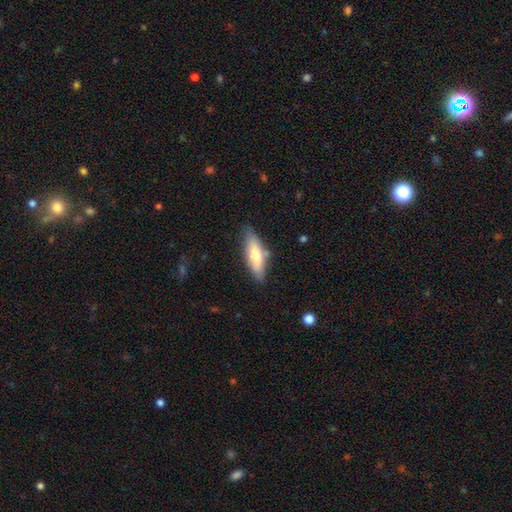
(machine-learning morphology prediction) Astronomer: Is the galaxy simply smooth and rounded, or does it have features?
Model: smooth — 67%.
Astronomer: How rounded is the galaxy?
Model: cigar-shaped — 49%, tied with in between at 49%.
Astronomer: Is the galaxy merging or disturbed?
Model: none — 75%.